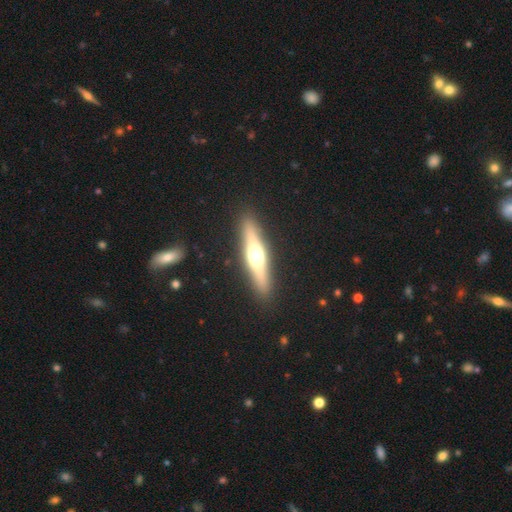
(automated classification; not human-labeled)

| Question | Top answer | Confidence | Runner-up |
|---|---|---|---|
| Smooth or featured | featured or disk | 60% | smooth (33%) |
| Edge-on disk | yes | 92% | no (8%) |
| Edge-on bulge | rounded | 93% | boxy (4%) |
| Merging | none | 89% | minor disturbance (7%) |